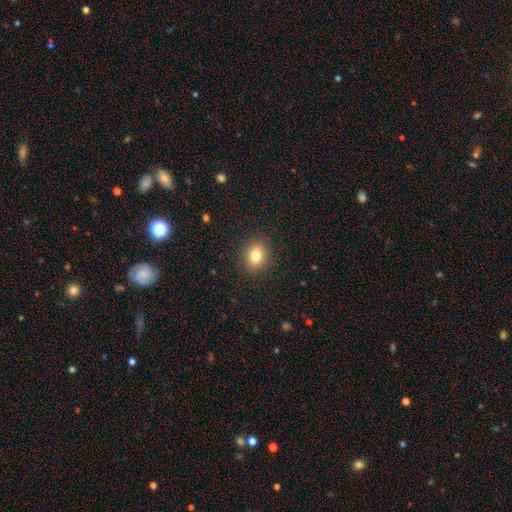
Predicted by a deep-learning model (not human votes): A smooth galaxy with no disk features (80%) that is round (60%). Merging: none (90%).